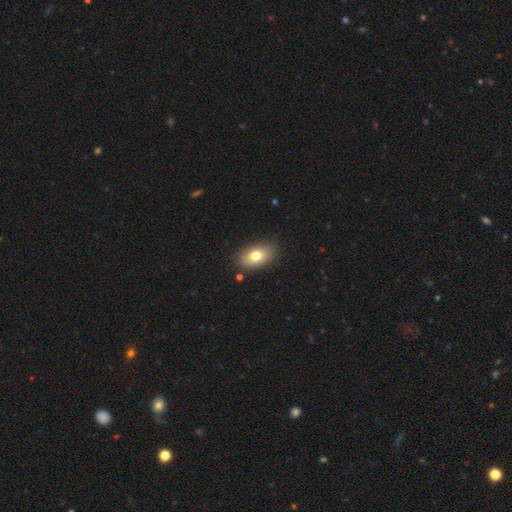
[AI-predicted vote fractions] A smooth galaxy with no disk features (75%) that is in between round and cigar-shaped (90%). Merging: none (85%).